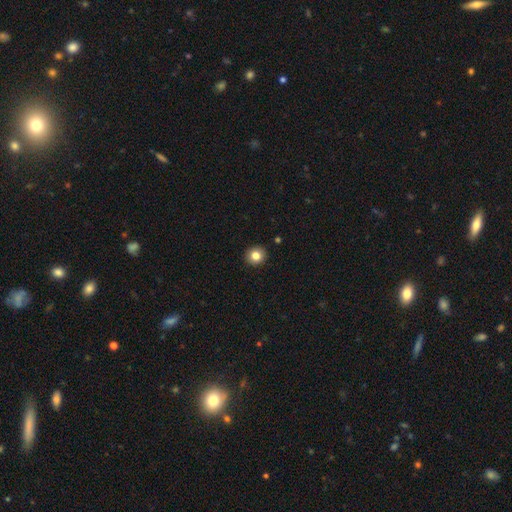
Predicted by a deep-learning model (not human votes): Smooth or featured: smooth — 82% (star or artifact — 11%)
How rounded: round — 89% (in between — 10%)
Merging: none — 93% (minor disturbance — 5%)